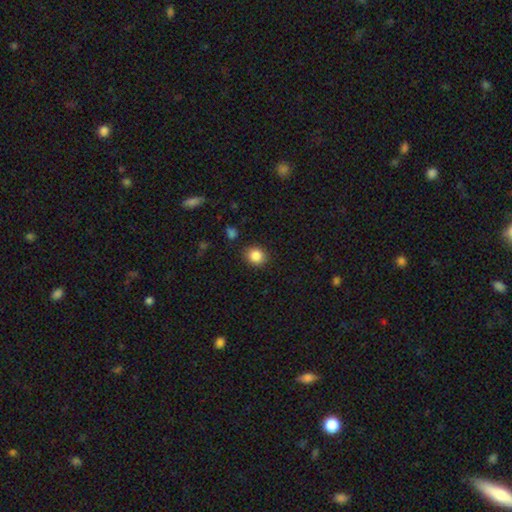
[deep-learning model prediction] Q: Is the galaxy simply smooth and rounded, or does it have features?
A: smooth — 86%.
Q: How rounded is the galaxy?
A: round — 77%.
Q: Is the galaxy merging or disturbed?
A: none — 87%.